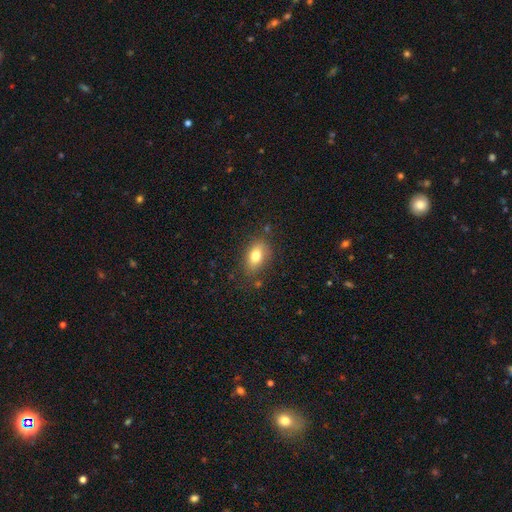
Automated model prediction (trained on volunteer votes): Smooth or featured? Predicted: smooth (p=0.77). How rounded? Predicted: in between (p=0.85). Merging? Predicted: none (p=0.79).